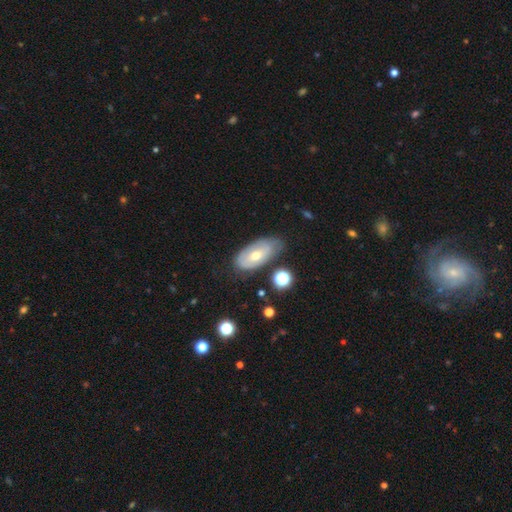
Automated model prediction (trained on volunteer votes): A featured or disk galaxy (47%). Merging: none (66%).